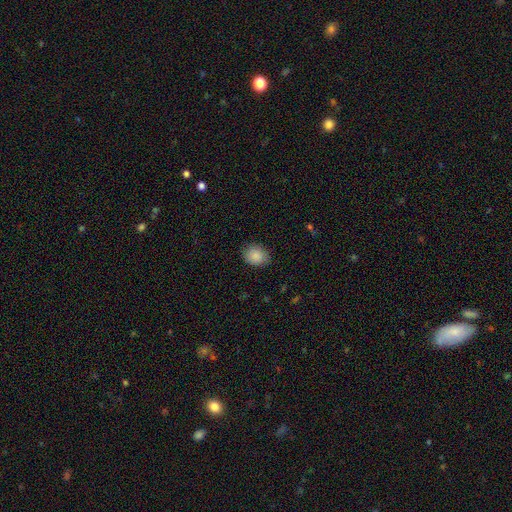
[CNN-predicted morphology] smooth 88%, star or artifact 7%, featured or disk 5%. Down the decision tree: how rounded — in between (51%); merging — none (82%).